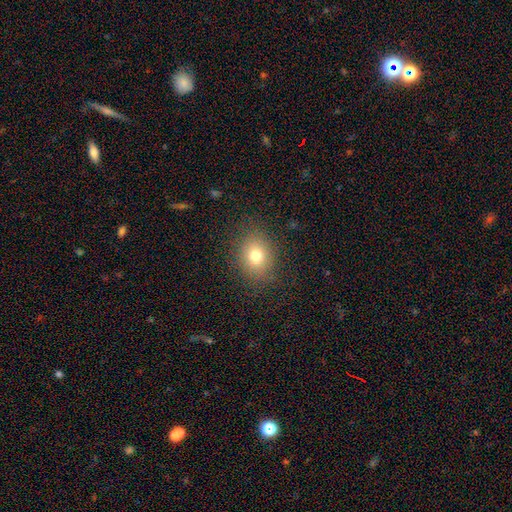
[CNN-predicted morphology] Smooth or featured? smooth (75%)
How rounded? round (52%)
Merging? none (84%)